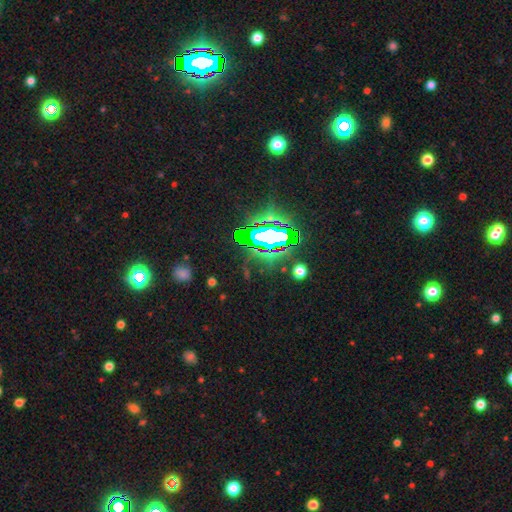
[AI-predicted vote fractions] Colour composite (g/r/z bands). It shows a star or artifact, not a galaxy (82%).